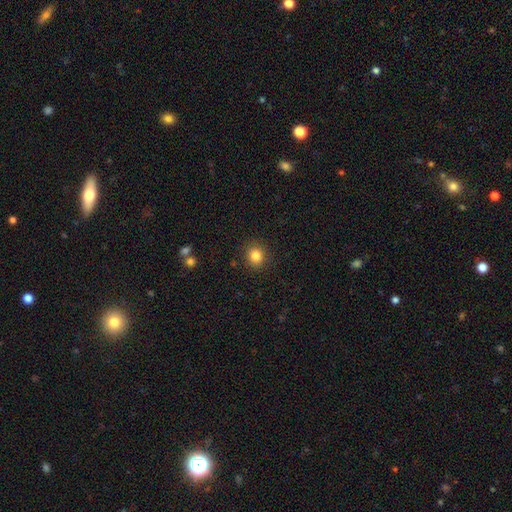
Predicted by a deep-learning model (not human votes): A smooth galaxy with no disk features (83%) that is round (84%). Merging: none (89%).